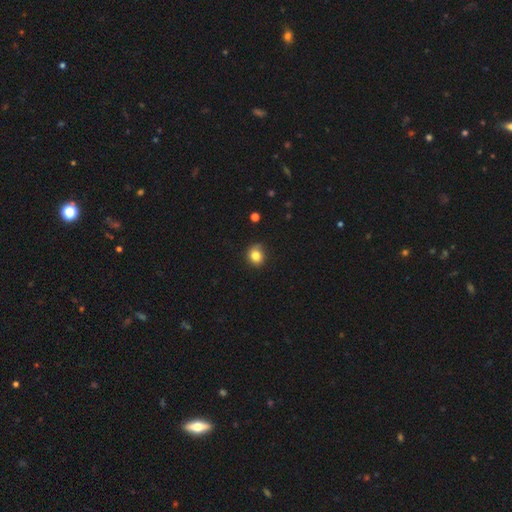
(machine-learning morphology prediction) smooth_or_featured: smooth (p=0.82) [alt: star or artifact p=0.11]
how_rounded: round (p=0.77) [alt: in between p=0.22]
merging: none (p=0.79) [alt: minor disturbance p=0.17]